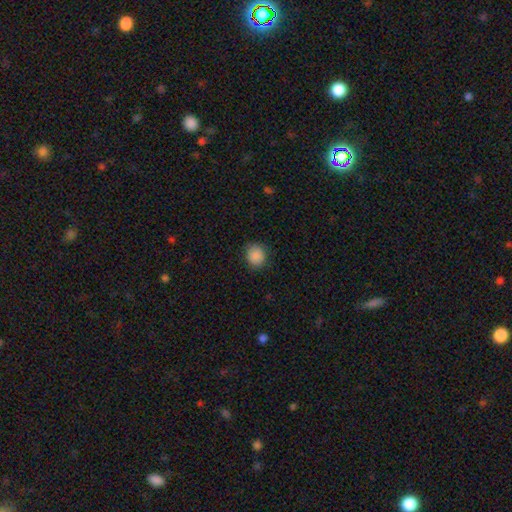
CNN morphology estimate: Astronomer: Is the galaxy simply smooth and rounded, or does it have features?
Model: smooth — 88%.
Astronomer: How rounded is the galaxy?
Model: round — 81%.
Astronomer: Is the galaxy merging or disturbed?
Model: none — 85%.